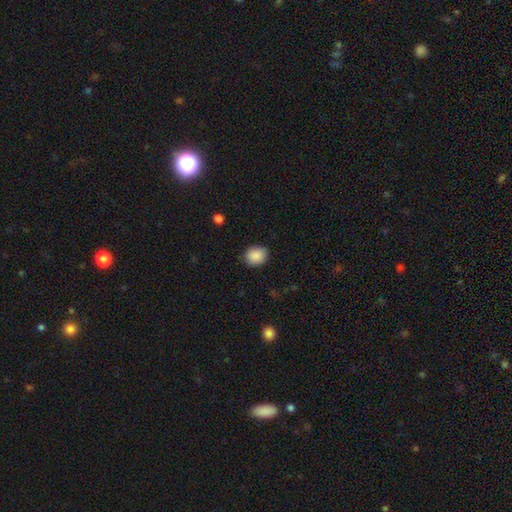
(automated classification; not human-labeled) The model was most divided on "how rounded": round: 66%, in between: 34%, cigar-shaped: 1%. More confident: smooth or featured — smooth (89%); merging — none (84%).